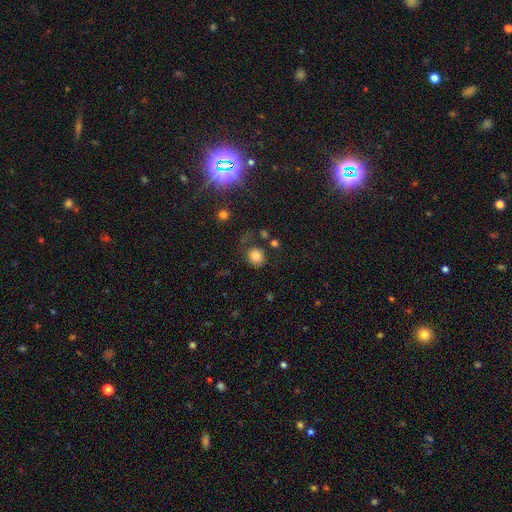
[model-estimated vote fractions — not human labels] smooth-or-featured: smooth: 81% | star or artifact: 12% | featured or disk: 7%
  how-rounded: round: 82% | in between: 17% | cigar-shaped: 1%
  merging: none: 74% | minor disturbance: 14% | major disturbance: 6% | merger: 6%